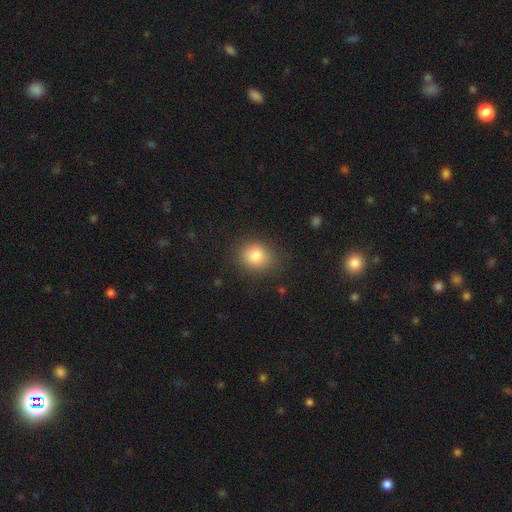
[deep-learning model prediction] Smooth or featured?
  - smooth: 83% *
  - star or artifact: 10%
  - featured or disk: 7%
How rounded?
  - round: 68% *
  - in between: 31%
  - cigar-shaped: 1%
Merging?
  - none: 83% *
  - minor disturbance: 12%
  - major disturbance: 4%
  - merger: 1%